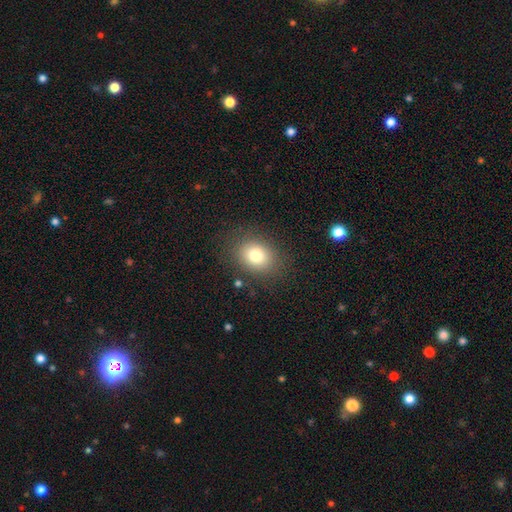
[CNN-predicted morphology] A smooth galaxy with no disk features (79%) that is round (51%). Merging: none (83%).